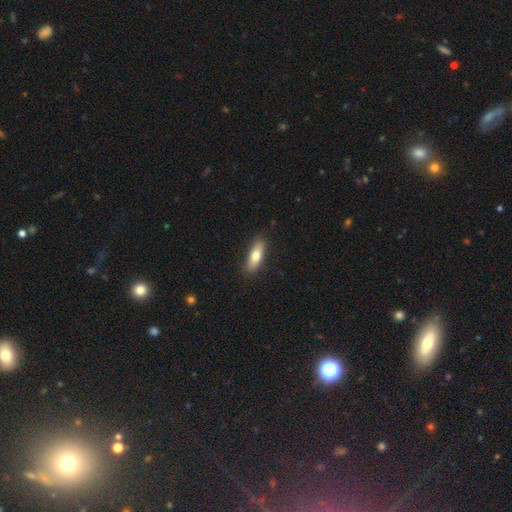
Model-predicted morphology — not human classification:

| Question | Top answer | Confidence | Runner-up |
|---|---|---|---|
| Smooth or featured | smooth | 75% | featured or disk (19%) |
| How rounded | in between | 61% | cigar-shaped (36%) |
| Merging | none | 85% | minor disturbance (11%) |